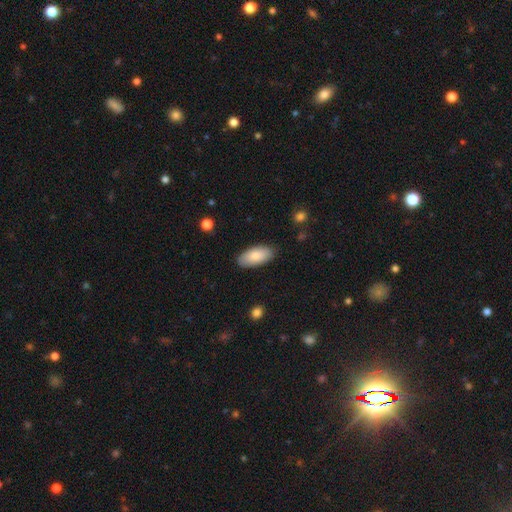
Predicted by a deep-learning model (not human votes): This is clearly a smooth galaxy (83%). How rounded: clearly in between (91%). Merging: clearly none (86%).